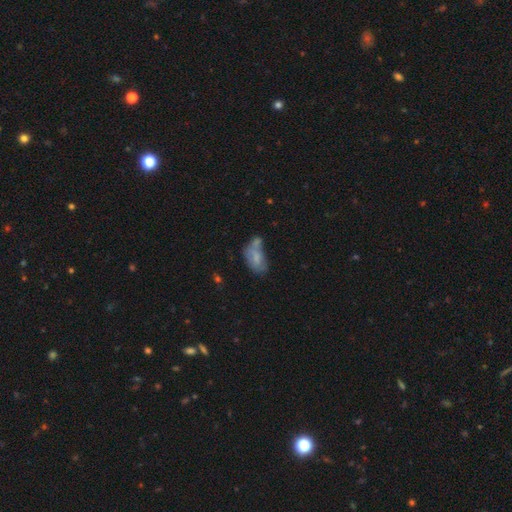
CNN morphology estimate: Smooth or featured: smooth — 64% (featured or disk — 26%)
How rounded: in between — 91% (round — 5%)
Merging: merger — 32% (none — 30%)